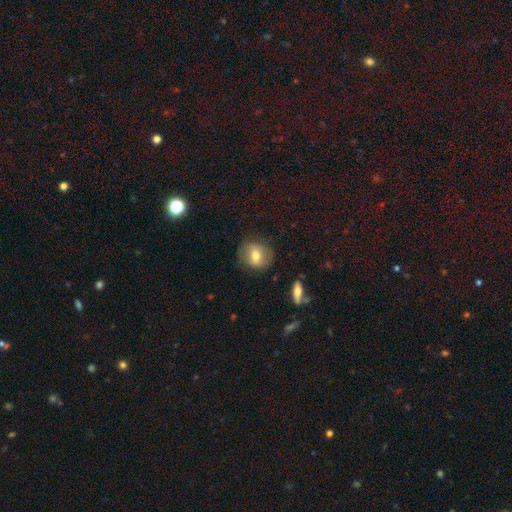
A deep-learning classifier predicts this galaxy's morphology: Overall: smooth (60%; featured or disk 32%). How rounded: round (64%; in between 34%). Merging: none (77%).